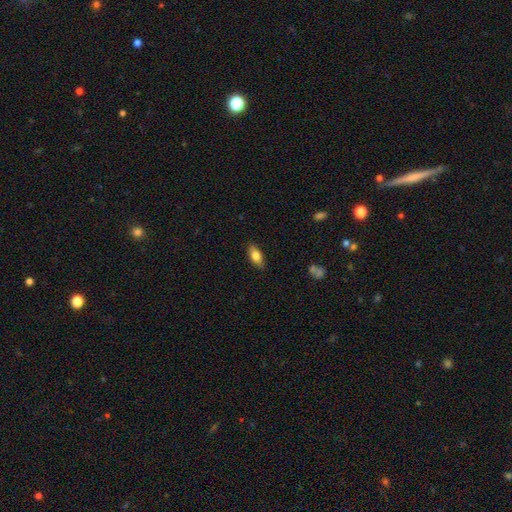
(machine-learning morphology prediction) A smooth galaxy with no disk features (76%) that is in between round and cigar-shaped (82%). Merging: none (86%).